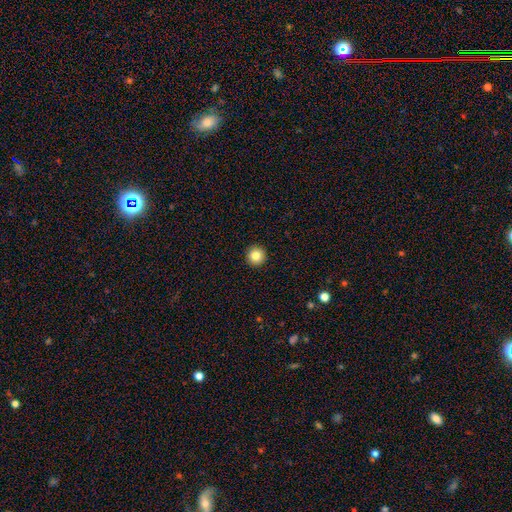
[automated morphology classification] smooth-or-featured: smooth: 83% | star or artifact: 10% | featured or disk: 6%
  how-rounded: round: 96% | in between: 3% | cigar-shaped: 1%
  merging: none: 94% | minor disturbance: 4% | major disturbance: 1% | merger: 1%